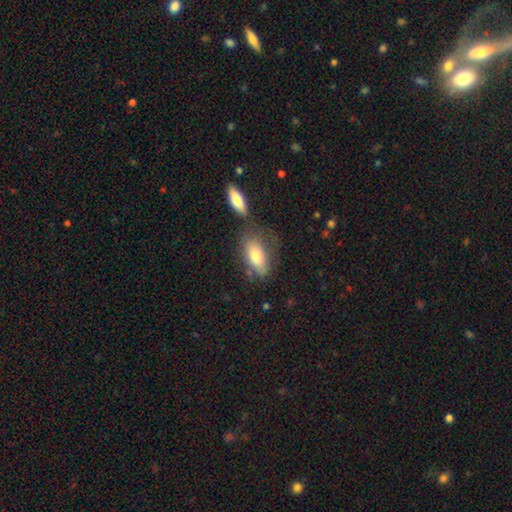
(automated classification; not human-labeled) Morphology: type=smooth (75%); roundness=in between (84%); merging=none (53%).